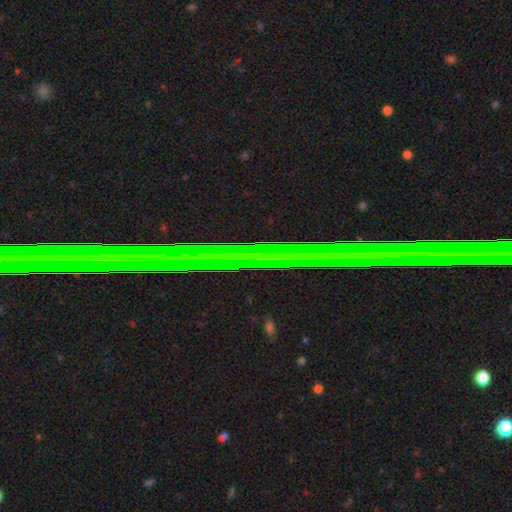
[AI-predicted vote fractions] Smooth or featured? star or artifact (76%)